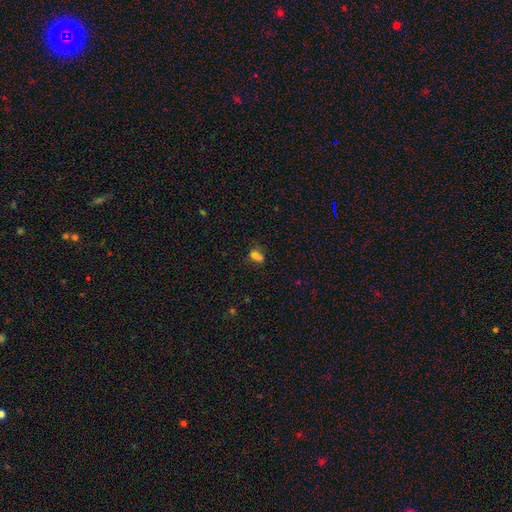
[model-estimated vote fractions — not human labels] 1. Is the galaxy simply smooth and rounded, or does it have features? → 65% smooth, 21% star or artifact, 14% featured or disk.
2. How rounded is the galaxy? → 54% in between, 40% round, 7% cigar-shaped.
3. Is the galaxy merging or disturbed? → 40% none, 36% merger, 15% minor disturbance, 9% major disturbance.